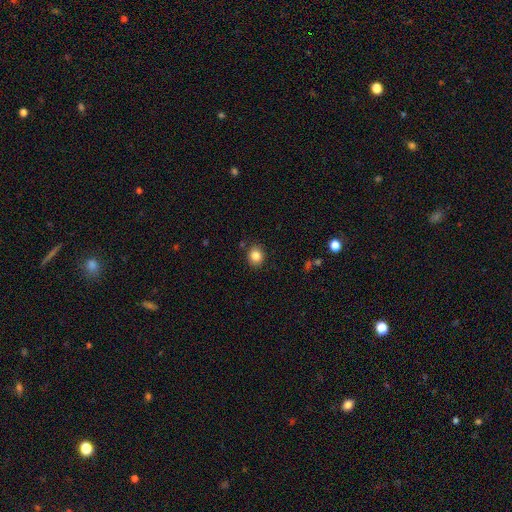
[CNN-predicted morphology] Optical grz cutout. It shows a smooth galaxy with no disk features (84%) that is round (73%). Merging: none (87%).